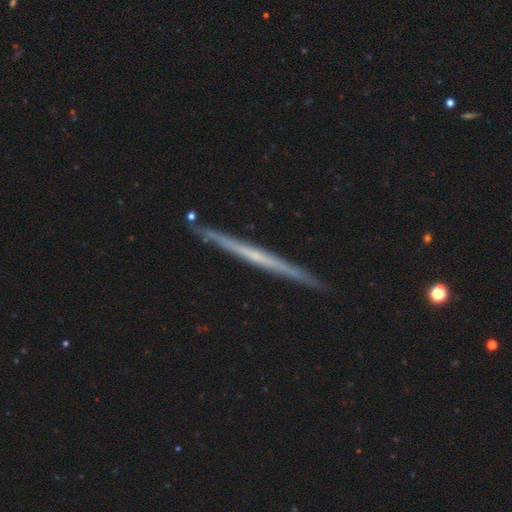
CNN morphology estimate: A featured or disk galaxy (68%) viewed edge-on (97%) with no central bulge (78%). Merging: none (89%).